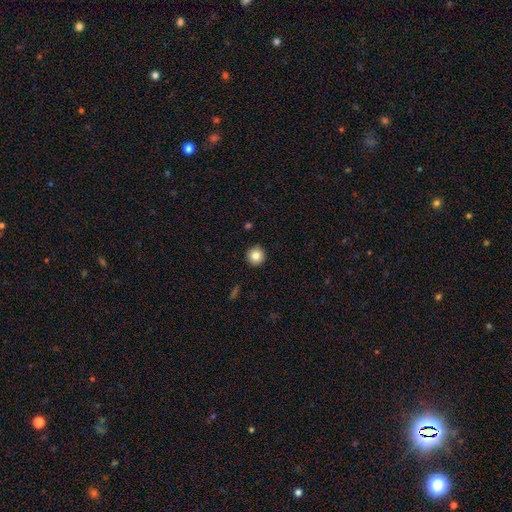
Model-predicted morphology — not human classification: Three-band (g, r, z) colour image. It shows a smooth galaxy with no disk features (84%) that is round (96%). Merging: none (93%).